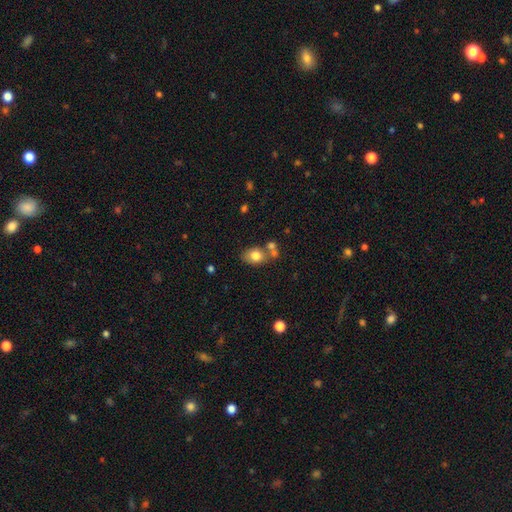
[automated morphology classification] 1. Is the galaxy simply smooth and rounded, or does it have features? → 77% smooth, 13% featured or disk, 10% star or artifact.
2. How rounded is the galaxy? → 66% in between, 33% round, 1% cigar-shaped.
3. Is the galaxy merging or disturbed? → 56% none, 23% merger, 15% minor disturbance, 5% major disturbance.